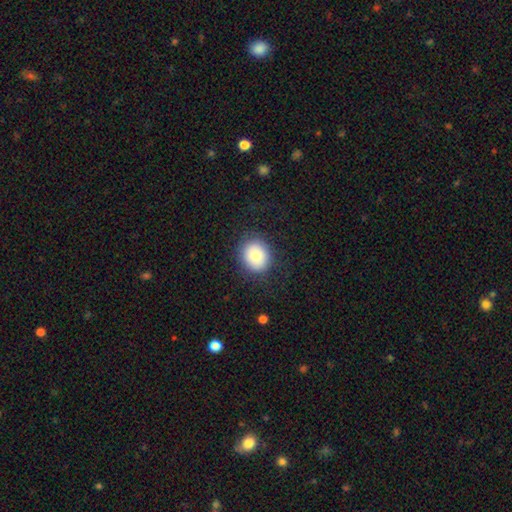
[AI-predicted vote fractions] This is likely a smooth galaxy (79%). How rounded: likely round (69%). Merging: clearly none (84%).